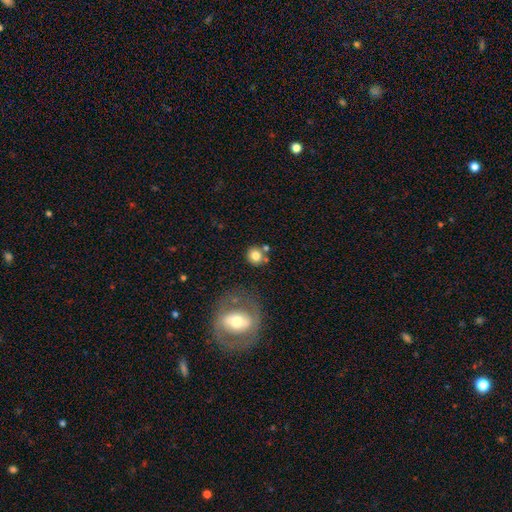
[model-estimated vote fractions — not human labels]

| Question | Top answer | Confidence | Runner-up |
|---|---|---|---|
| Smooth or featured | smooth | 78% | featured or disk (11%) |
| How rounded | round | 82% | in between (17%) |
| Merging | none | 69% | merger (15%) |